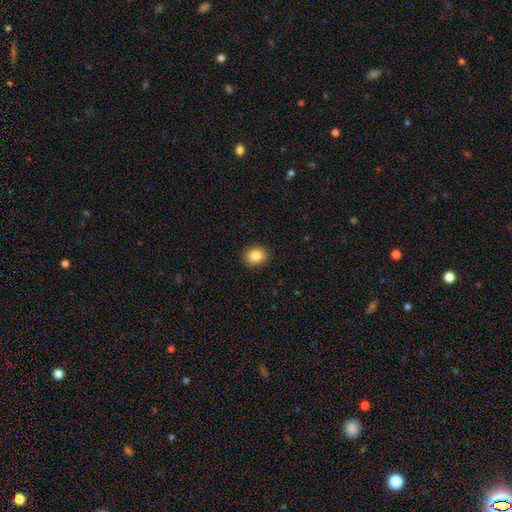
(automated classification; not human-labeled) Morphology: type=smooth (85%); roundness=round (52%); merging=none (89%).